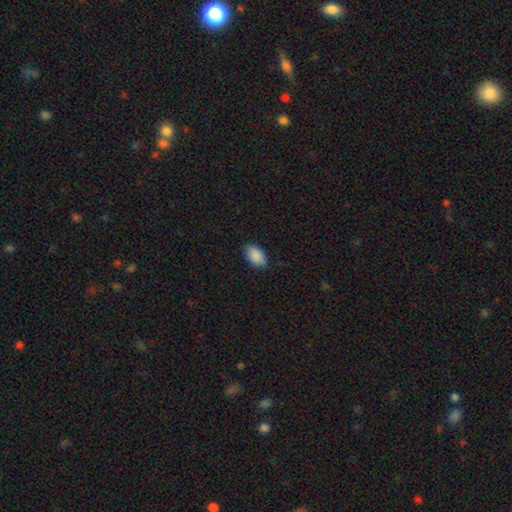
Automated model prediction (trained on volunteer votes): Q: Smooth or featured?
A: smooth (90%); runner-up: star or artifact (7%)
Q: How rounded?
A: in between (92%); runner-up: round (6%)
Q: Merging?
A: none (83%); runner-up: minor disturbance (13%)